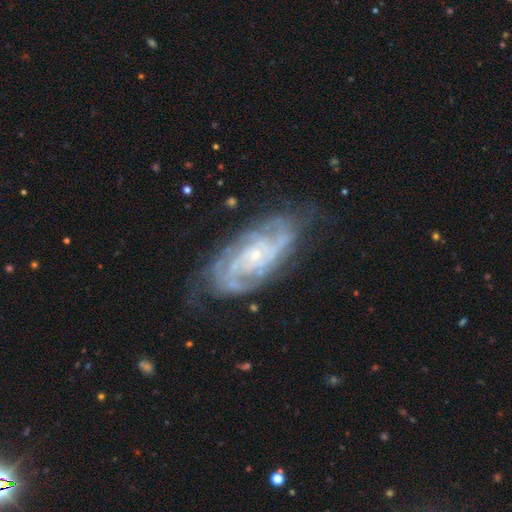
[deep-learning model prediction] featured or disk 87%, smooth 7%, star or artifact 6%. Down the decision tree: edge-on disk — no (95%); bar — no (70%); spiral arms — yes (97%); spiral arm count — 2 (28%); spiral winding — tight (64%); bulge size — small (81%); merging — none (70%).